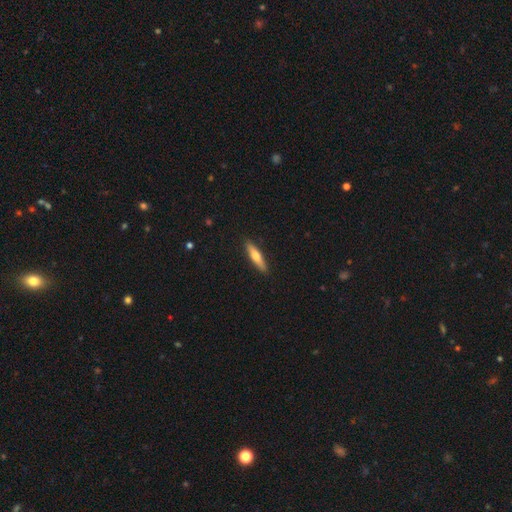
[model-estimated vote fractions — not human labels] A smooth galaxy with no disk features (63%) that is cigar-shaped (80%). Merging: none (90%).